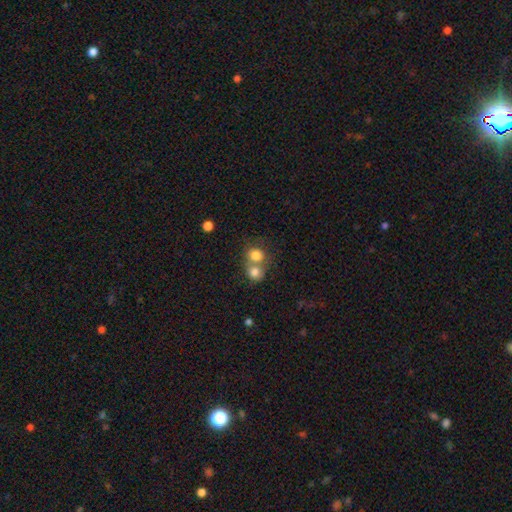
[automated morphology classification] Q: Smooth or featured?
A: smooth (79%); runner-up: star or artifact (10%)
Q: How rounded?
A: round (77%); runner-up: in between (22%)
Q: Merging?
A: merger (55%); runner-up: none (35%)